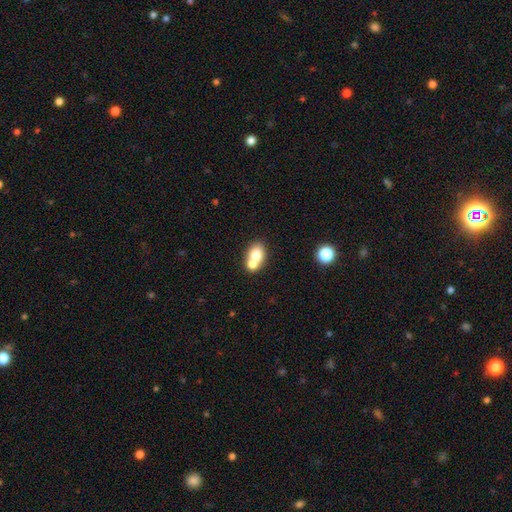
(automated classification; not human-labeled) smooth_or_featured: smooth (p=0.72) [alt: featured or disk p=0.18]
how_rounded: in between (p=0.61) [alt: round p=0.37]
merging: merger (p=0.55) [alt: none p=0.35]